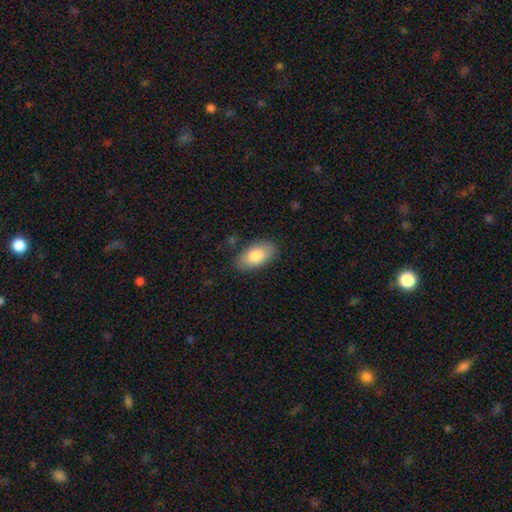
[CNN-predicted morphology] Overall: smooth (82%). How rounded: in between (94%). Merging: none (83%).